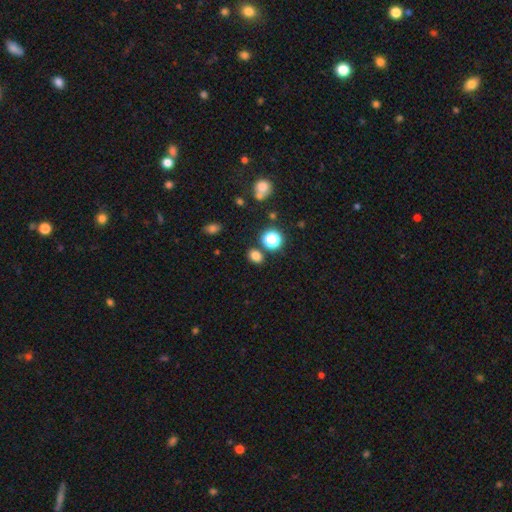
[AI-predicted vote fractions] Smooth or featured? smooth (75%)
How rounded? in between (53%)
Merging? none (80%)